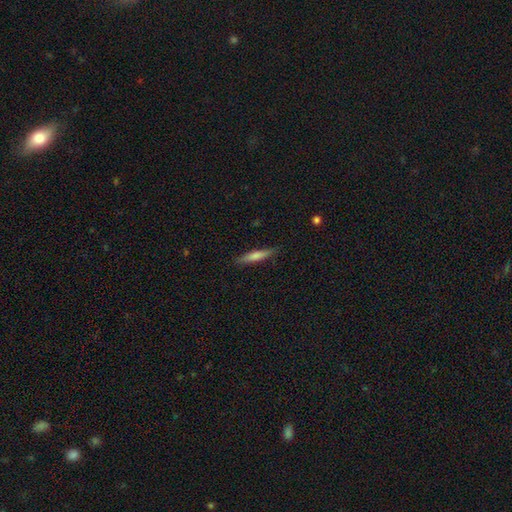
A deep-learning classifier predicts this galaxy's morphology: Smooth or featured? smooth (58%)
How rounded? cigar-shaped (90%)
Merging? none (89%)